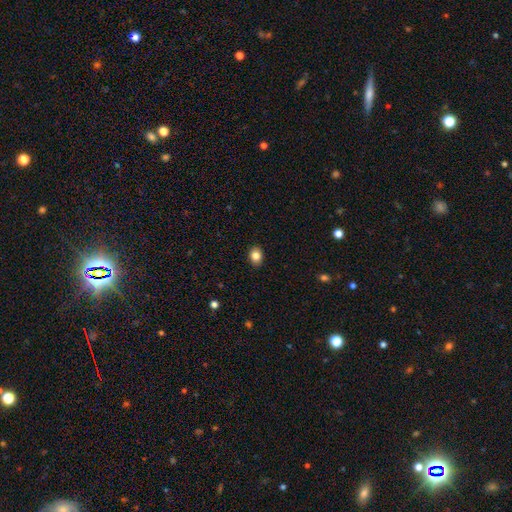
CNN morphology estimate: Q: Smooth or featured?
A: smooth (84%); runner-up: star or artifact (9%)
Q: How rounded?
A: in between (61%); runner-up: round (38%)
Q: Merging?
A: none (89%); runner-up: minor disturbance (8%)